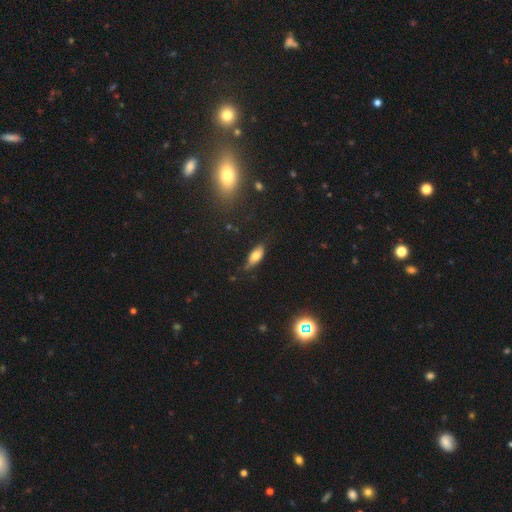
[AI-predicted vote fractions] smooth 69%, featured or disk 22%, star or artifact 8%. Down the decision tree: how rounded — in between (77%); merging — none (67%).